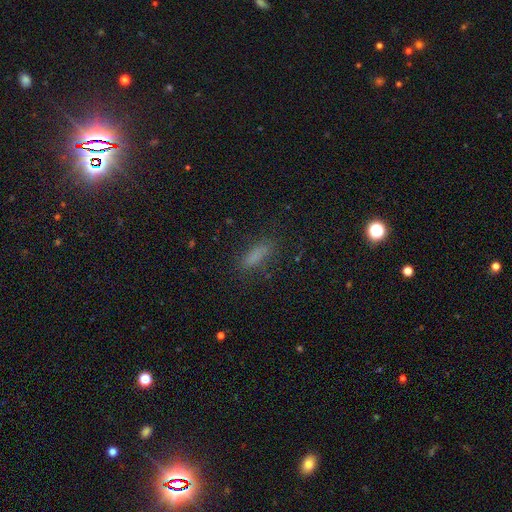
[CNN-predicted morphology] type=smooth (78%); roundness=cigar-shaped (49%); merging=none (79%).